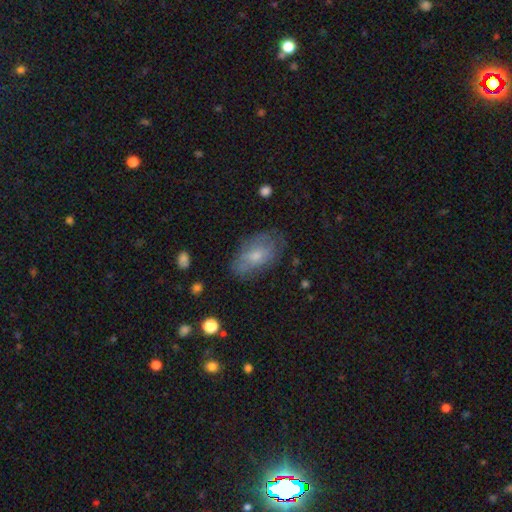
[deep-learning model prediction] Smooth or featured? smooth (61%)
How rounded? in between (90%)
Merging? none (61%)